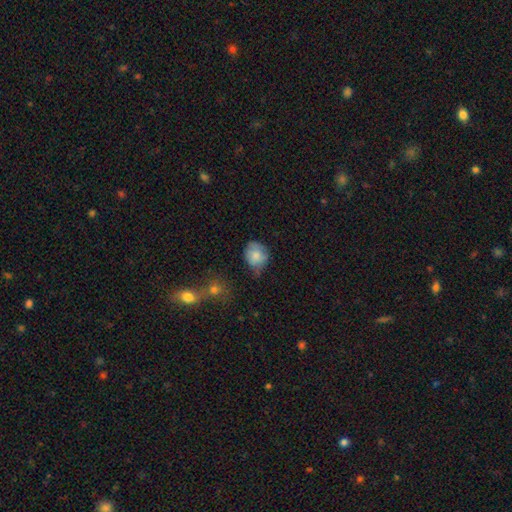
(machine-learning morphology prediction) Smooth or featured? Predicted: smooth (p=0.78). How rounded? Predicted: round (p=0.66). Merging? Predicted: none (p=0.45).